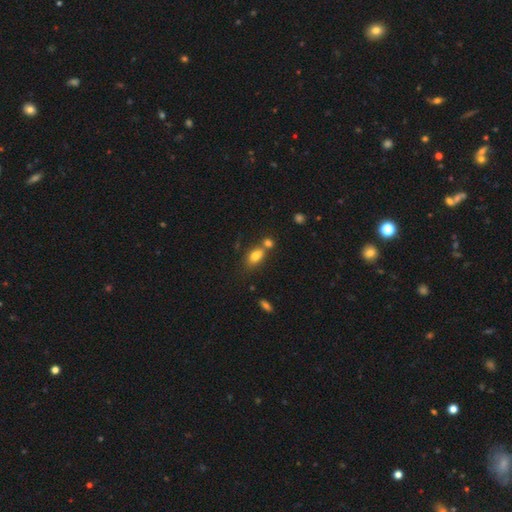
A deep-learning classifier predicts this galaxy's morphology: This appears to be a smooth galaxy with no disk features (78%) that is in between round and cigar-shaped (82%). Merging: none (43%).